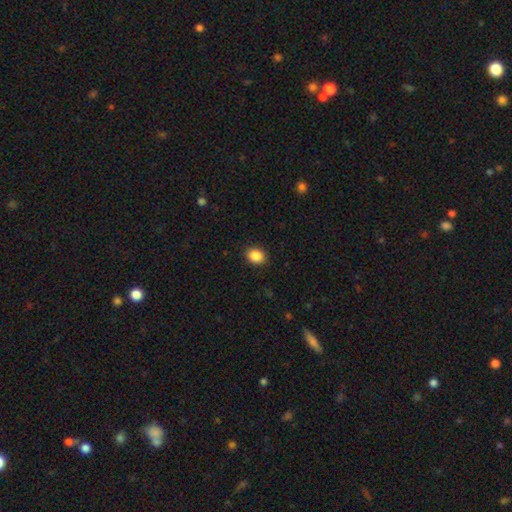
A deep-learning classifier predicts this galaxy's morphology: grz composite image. It shows a smooth galaxy with no disk features (88%) that is round (52%). Merging: none (90%).